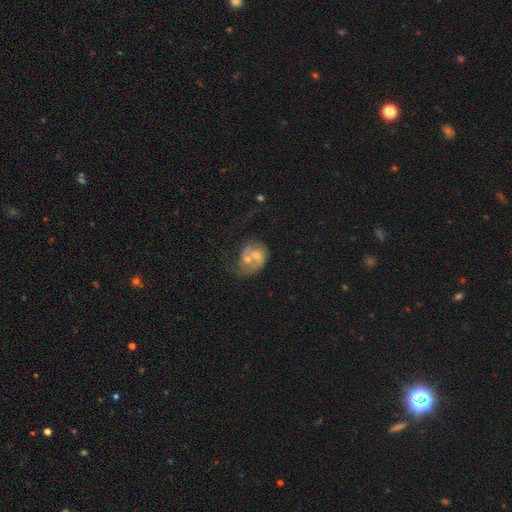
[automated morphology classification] smooth_or_featured: featured or disk (p=0.51) [alt: smooth p=0.40]
disk_edge_on: no (p=0.97) [alt: yes p=0.03]
bar: no (p=0.82) [alt: weak p=0.15]
has_spiral_arms: no (p=0.65) [alt: yes p=0.35]
bulge_size: moderate (p=0.60) [alt: small p=0.24]
merging: merger (p=0.61) [alt: none p=0.16]